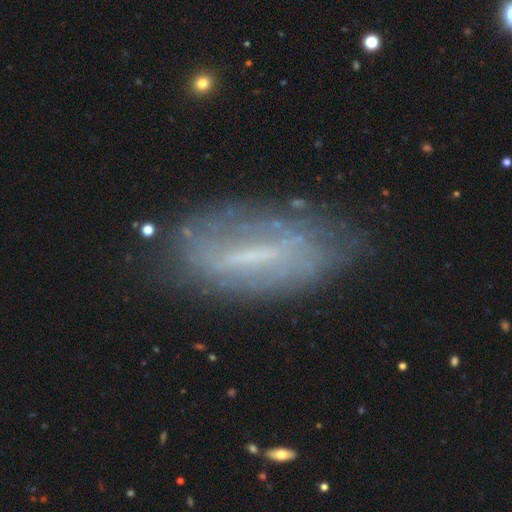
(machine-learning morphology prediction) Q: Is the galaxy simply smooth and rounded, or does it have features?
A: featured or disk — 62%.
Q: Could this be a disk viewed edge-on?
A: no — 81%.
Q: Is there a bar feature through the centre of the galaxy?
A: strong — 47%.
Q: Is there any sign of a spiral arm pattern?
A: no — 53%.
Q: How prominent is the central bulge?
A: none — 39%.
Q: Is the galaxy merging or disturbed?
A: none — 69%.